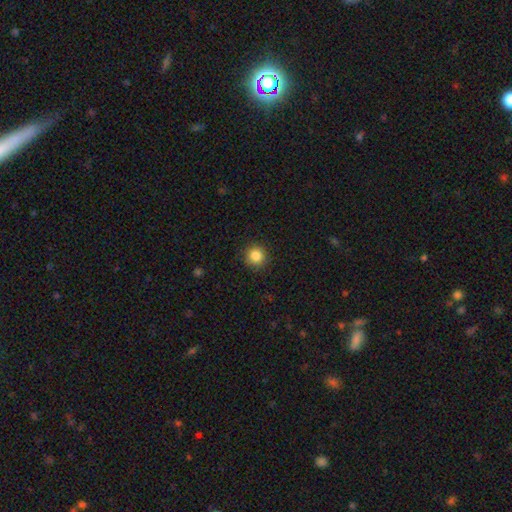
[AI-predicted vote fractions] smooth-or-featured: smooth: 85% | star or artifact: 11% | featured or disk: 4%
  how-rounded: round: 94% | in between: 5% | cigar-shaped: 1%
  merging: none: 91% | minor disturbance: 6% | major disturbance: 2% | merger: 1%